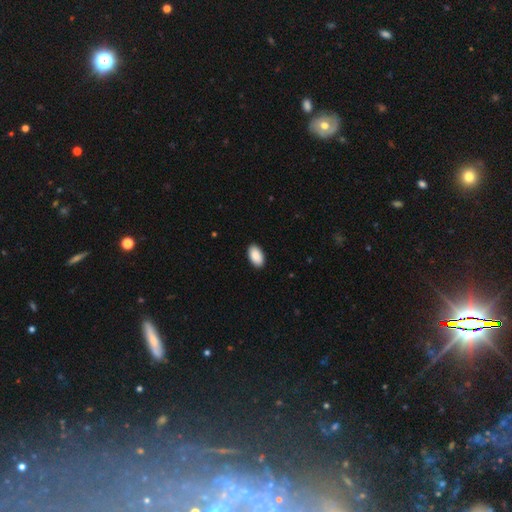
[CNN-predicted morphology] Smooth or featured?
  - smooth: 91% *
  - star or artifact: 6%
  - featured or disk: 3%
How rounded?
  - in between: 95% *
  - round: 3%
  - cigar-shaped: 1%
Merging?
  - none: 90% *
  - minor disturbance: 8%
  - major disturbance: 2%
  - merger: 1%